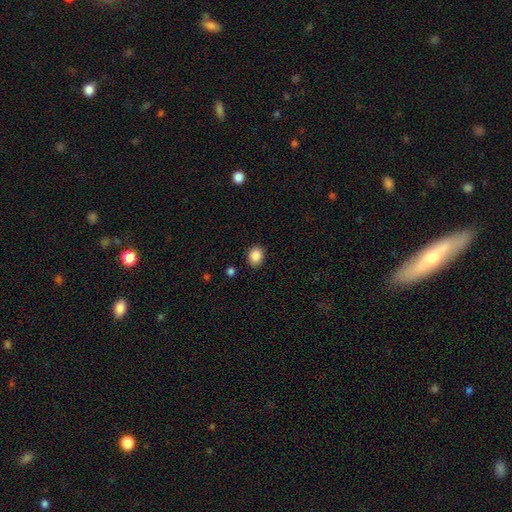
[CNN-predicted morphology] smooth 88%, star or artifact 9%, featured or disk 3%. Down the decision tree: how rounded — round (59%); merging — none (87%).